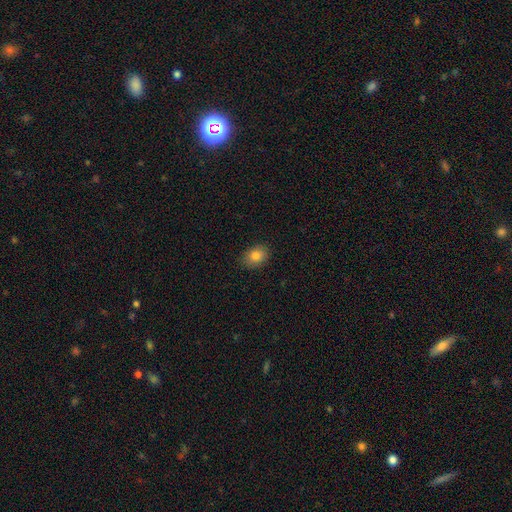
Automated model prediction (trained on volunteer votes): Overall: smooth (83%). How rounded: in between (72%). Merging: none (87%).